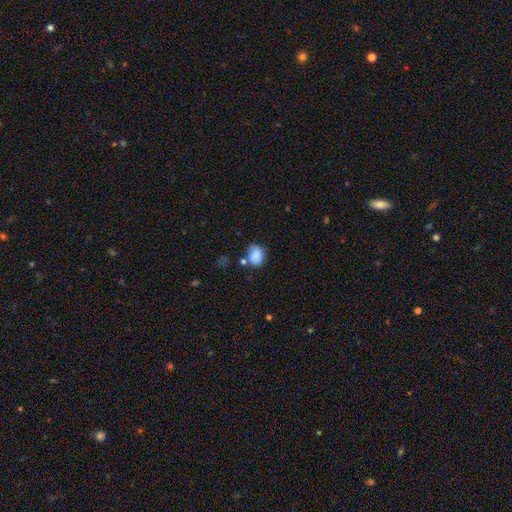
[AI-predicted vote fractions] Smooth or featured: smooth — 86% (star or artifact — 9%)
How rounded: round — 50% (in between — 49%)
Merging: none — 64% (minor disturbance — 20%)